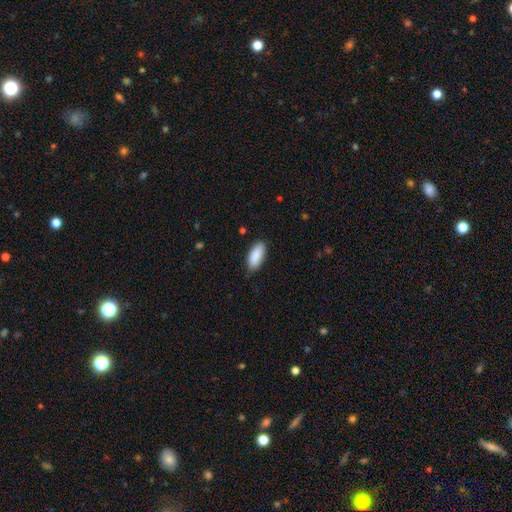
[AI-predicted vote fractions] smooth 89%, star or artifact 6%, featured or disk 5%. Down the decision tree: how rounded — in between (85%); merging — none (82%).